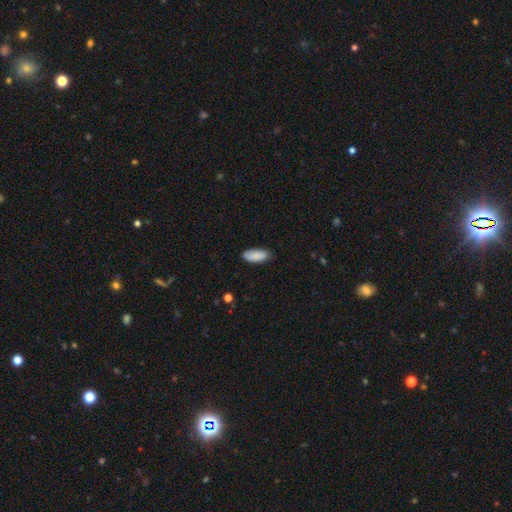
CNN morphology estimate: smooth-or-featured: smooth: 87% | featured or disk: 7% | star or artifact: 6%
  how-rounded: in between: 85% | cigar-shaped: 13% | round: 2%
  merging: none: 83% | minor disturbance: 14% | major disturbance: 2% | merger: 1%